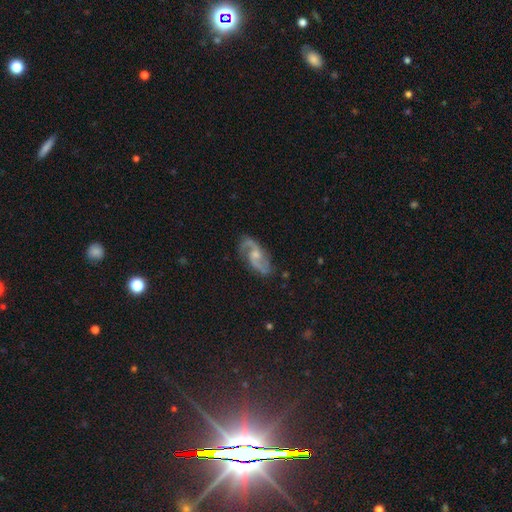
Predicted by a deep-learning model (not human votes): A featured or disk galaxy (87%) with no bar (51%), 2 (92%) medium (46%) spiral arms (97%) and a moderate central bulge (45%). Merging: none (77%).